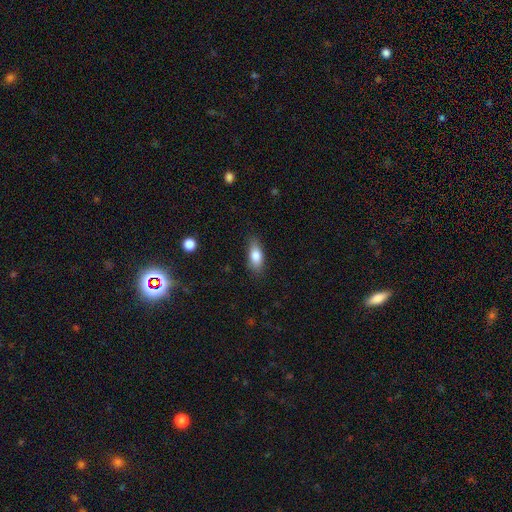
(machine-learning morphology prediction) smooth_or_featured: smooth (p=0.81) [alt: featured or disk p=0.12]
how_rounded: in between (p=0.79) [alt: cigar-shaped p=0.16]
merging: none (p=0.79) [alt: minor disturbance p=0.16]